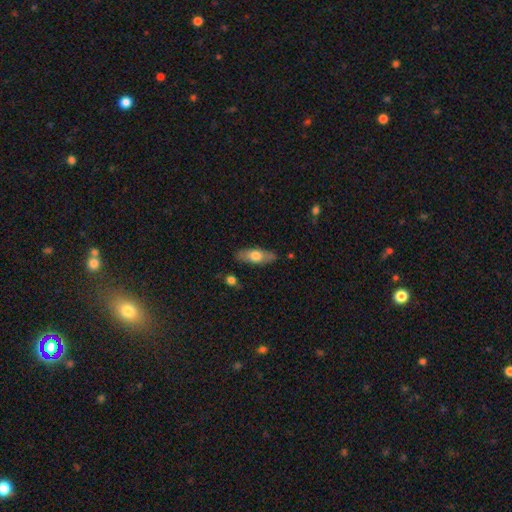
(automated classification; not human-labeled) Q: Smooth or featured?
A: smooth (63%); runner-up: featured or disk (31%)
Q: How rounded?
A: in between (68%); runner-up: cigar-shaped (29%)
Q: Merging?
A: none (83%); runner-up: minor disturbance (12%)